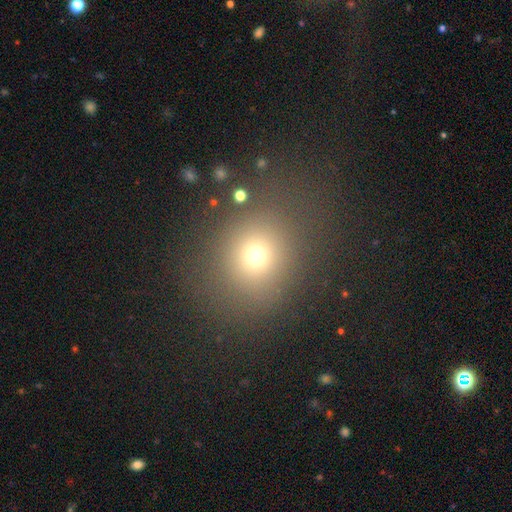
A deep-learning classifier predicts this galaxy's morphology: Overall: smooth (69%). How rounded: round (74%). Merging: none (77%).